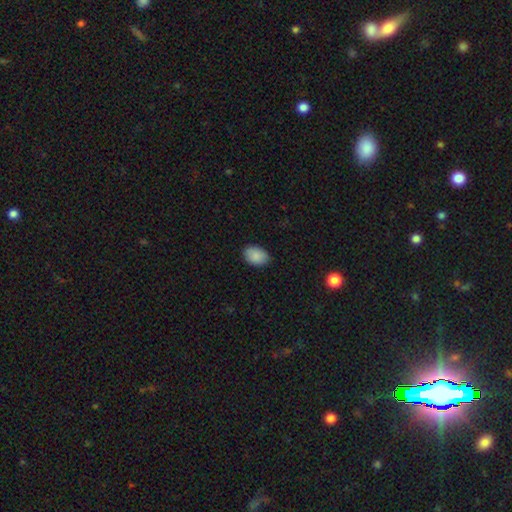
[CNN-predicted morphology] type=smooth (89%); roundness=in between (85%); merging=none (86%).